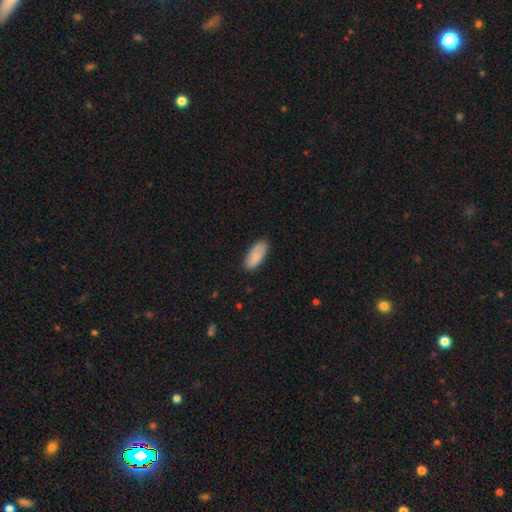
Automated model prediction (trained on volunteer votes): This is clearly a smooth galaxy (85%). How rounded: clearly in between (85%). Merging: clearly none (83%).